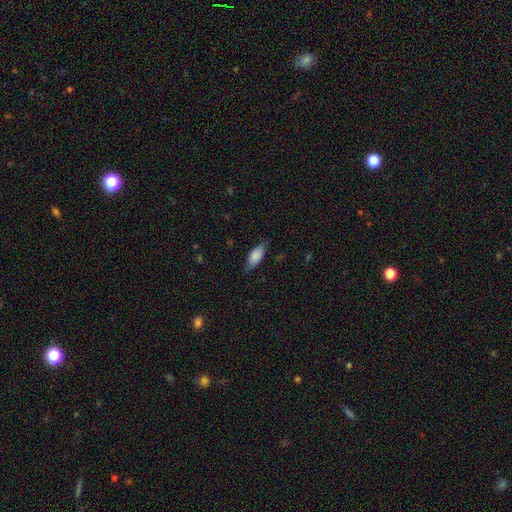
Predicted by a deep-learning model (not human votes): Smooth or featured?
  - smooth: 79% *
  - featured or disk: 14%
  - star or artifact: 6%
How rounded?
  - in between: 79% *
  - cigar-shaped: 18%
  - round: 2%
Merging?
  - none: 78% *
  - minor disturbance: 18%
  - major disturbance: 3%
  - merger: 1%